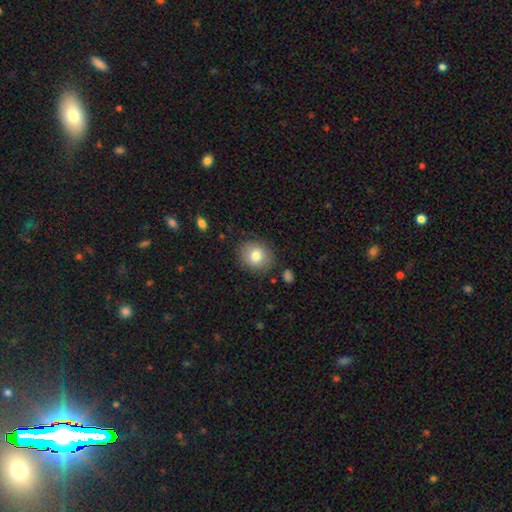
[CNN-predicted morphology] type=smooth (80%); roundness=round (79%); merging=none (85%).